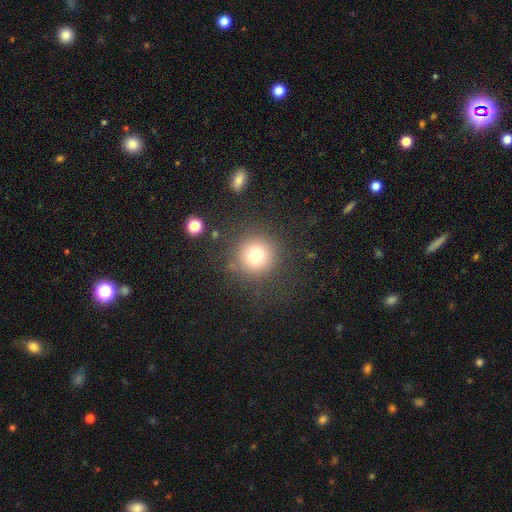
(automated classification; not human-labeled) Smooth or featured: smooth — 75% (star or artifact — 14%)
How rounded: round — 94% (in between — 5%)
Merging: none — 84% (minor disturbance — 9%)